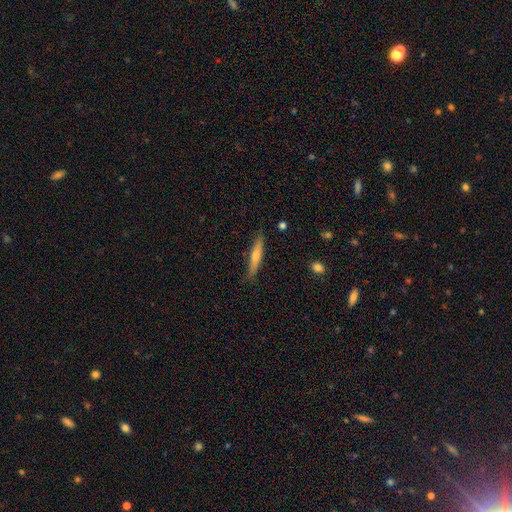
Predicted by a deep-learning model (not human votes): Smooth or featured? smooth (47%)
Merging? none (86%)